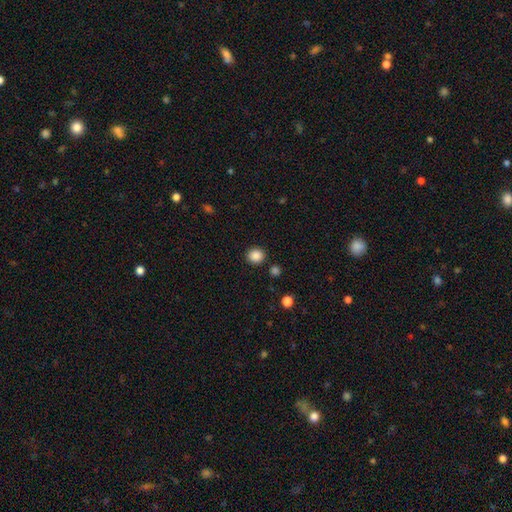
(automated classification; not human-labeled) Overall: smooth (87%). How rounded: round (86%). Merging: none (89%).